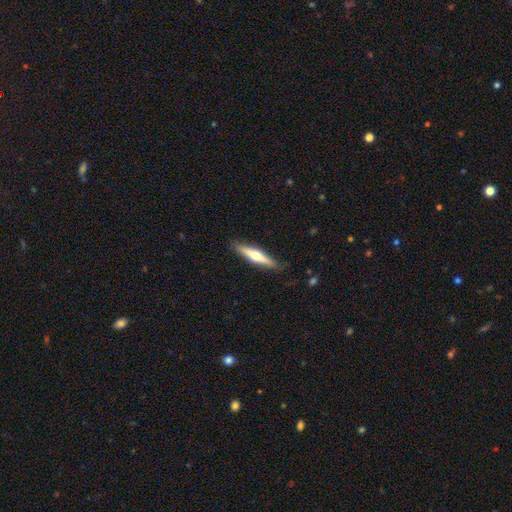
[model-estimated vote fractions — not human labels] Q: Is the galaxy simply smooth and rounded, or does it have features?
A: featured or disk — 54%.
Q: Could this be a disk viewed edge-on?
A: yes — 95%.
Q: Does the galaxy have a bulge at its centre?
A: rounded — 90%.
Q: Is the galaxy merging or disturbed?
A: none — 87%.